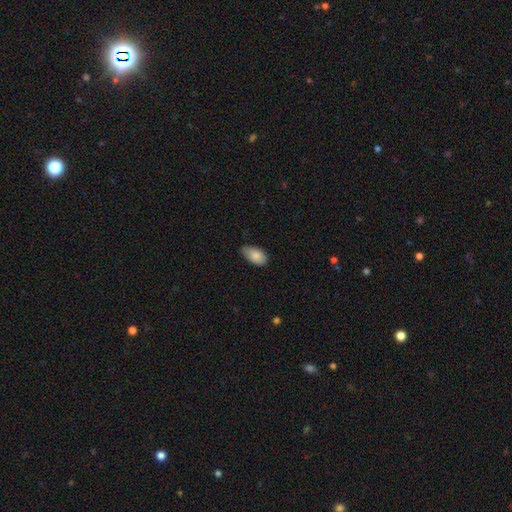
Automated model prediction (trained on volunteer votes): Smooth or featured?
  - smooth: 86% *
  - featured or disk: 8%
  - star or artifact: 7%
How rounded?
  - in between: 93% *
  - round: 5%
  - cigar-shaped: 2%
Merging?
  - none: 57% *
  - minor disturbance: 36%
  - major disturbance: 5%
  - merger: 1%